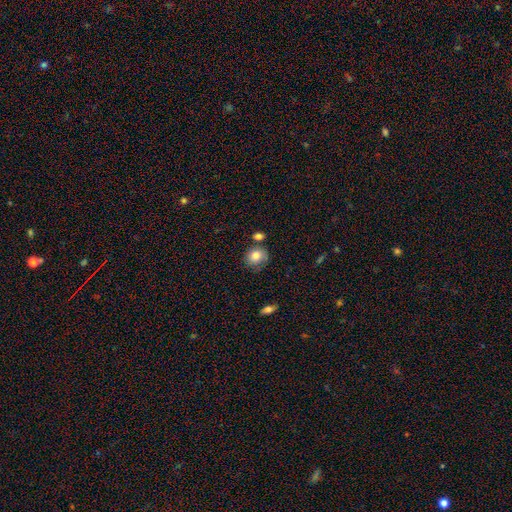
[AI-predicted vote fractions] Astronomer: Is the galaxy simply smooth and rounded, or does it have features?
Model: smooth — 81%.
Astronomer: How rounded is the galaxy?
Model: round — 73%.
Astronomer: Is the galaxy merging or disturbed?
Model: none — 62%.